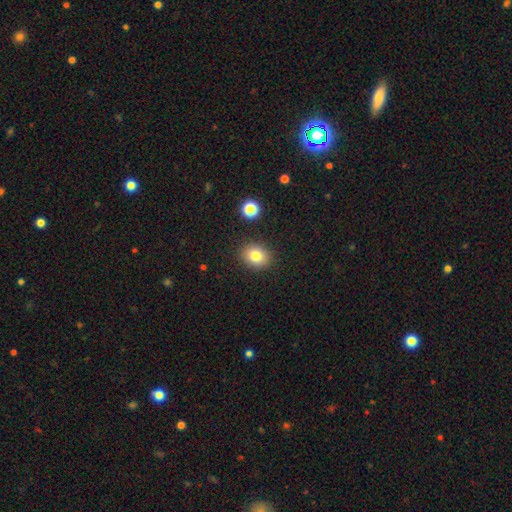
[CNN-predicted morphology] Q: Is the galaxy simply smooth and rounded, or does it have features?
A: smooth — 80%.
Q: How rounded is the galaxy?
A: round — 57%.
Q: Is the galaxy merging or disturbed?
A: none — 88%.